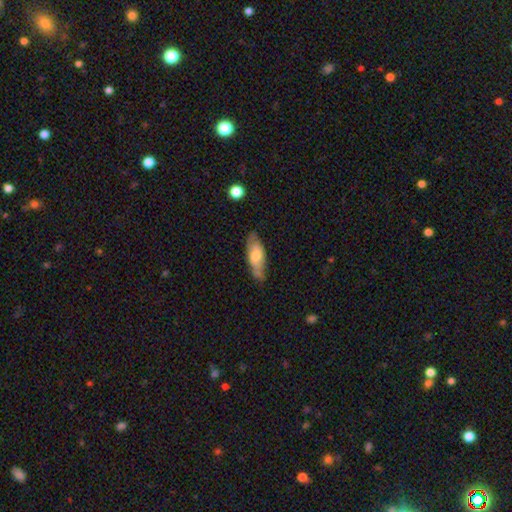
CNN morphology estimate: Smooth or featured? Predicted: smooth (p=0.58). How rounded? Predicted: in between (p=0.69). Merging? Predicted: none (p=0.67).